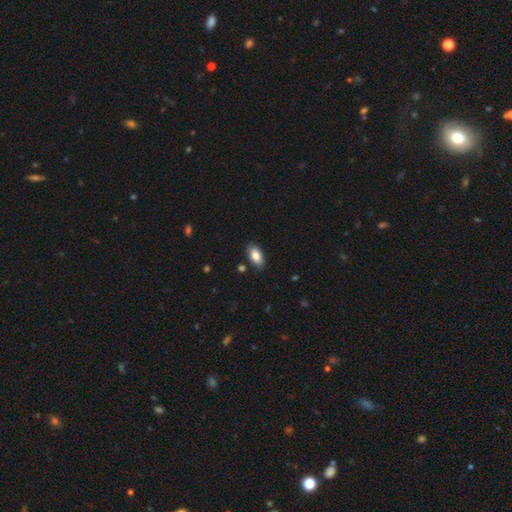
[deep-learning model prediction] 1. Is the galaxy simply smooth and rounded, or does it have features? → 84% smooth, 9% featured or disk, 7% star or artifact.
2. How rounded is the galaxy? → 93% in between, 4% cigar-shaped, 3% round.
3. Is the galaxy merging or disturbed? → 86% none, 10% minor disturbance, 2% major disturbance, 2% merger.